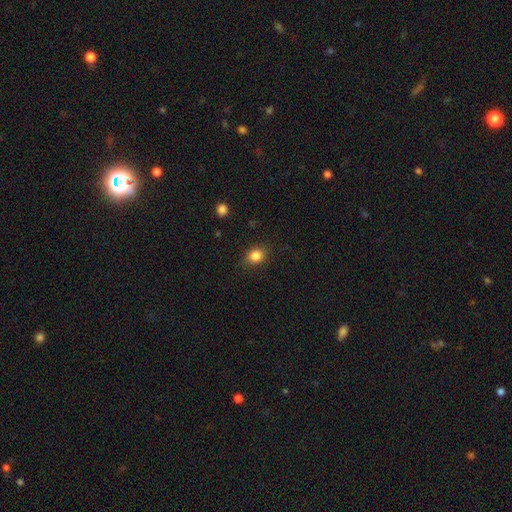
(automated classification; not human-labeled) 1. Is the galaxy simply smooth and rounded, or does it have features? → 84% smooth, 11% star or artifact, 5% featured or disk.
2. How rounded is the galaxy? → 58% round, 41% in between, 1% cigar-shaped.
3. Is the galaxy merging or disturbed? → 83% none, 12% minor disturbance, 3% major disturbance, 1% merger.